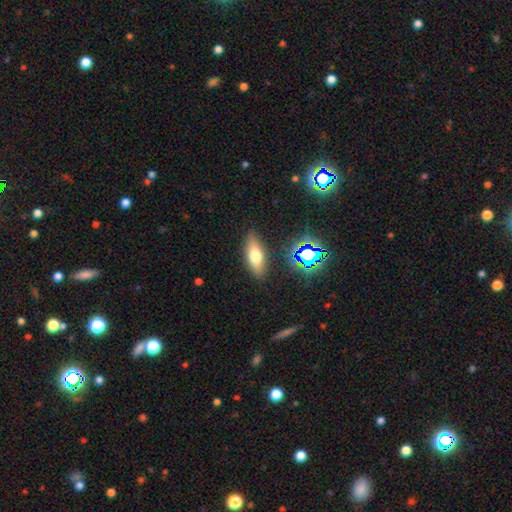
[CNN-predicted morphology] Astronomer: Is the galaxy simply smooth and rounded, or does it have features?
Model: smooth — 64%.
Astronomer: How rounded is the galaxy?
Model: in between — 65%.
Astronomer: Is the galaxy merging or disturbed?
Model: none — 86%.